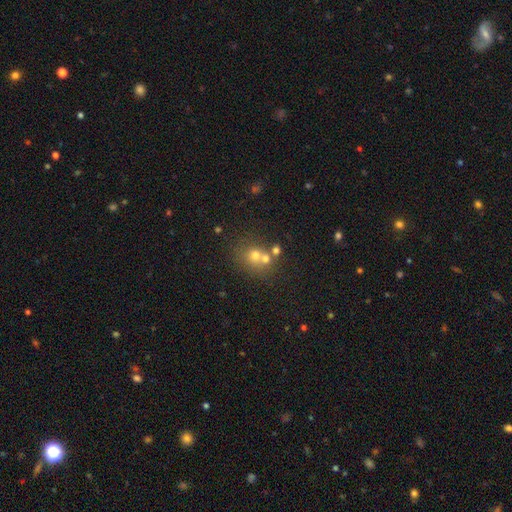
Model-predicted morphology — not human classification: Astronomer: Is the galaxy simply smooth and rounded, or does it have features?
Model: smooth — 59%.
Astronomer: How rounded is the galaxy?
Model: round — 78%.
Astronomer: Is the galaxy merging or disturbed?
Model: none — 48% (runner-up: merger, 39%).